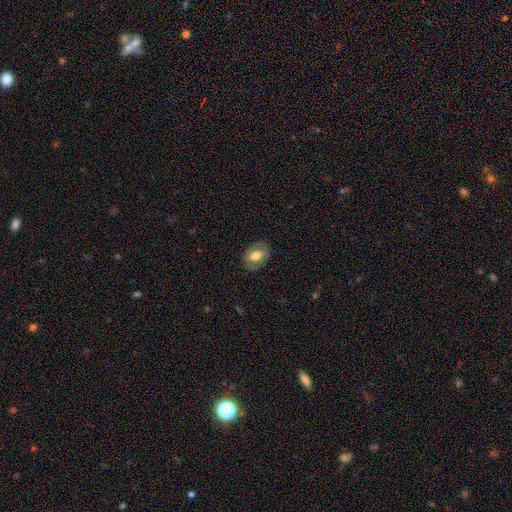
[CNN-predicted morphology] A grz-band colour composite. It shows a smooth galaxy with no disk features (62%) that is in between round and cigar-shaped (77%). Merging: none (82%).